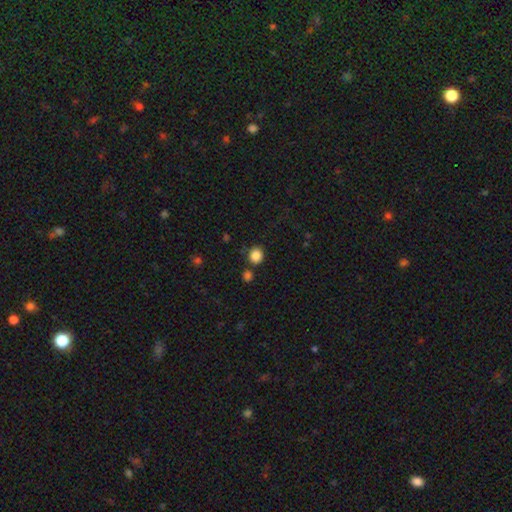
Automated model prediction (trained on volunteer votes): smooth_or_featured: smooth (p=0.86) [alt: star or artifact p=0.11]
how_rounded: round (p=0.76) [alt: in between p=0.23]
merging: none (p=0.79) [alt: minor disturbance p=0.10]